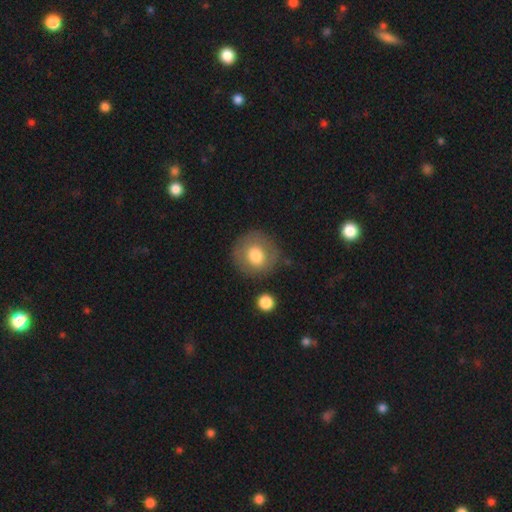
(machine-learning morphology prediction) This is likely a smooth galaxy (75%). How rounded: clearly round (91%). Merging: likely none (79%).